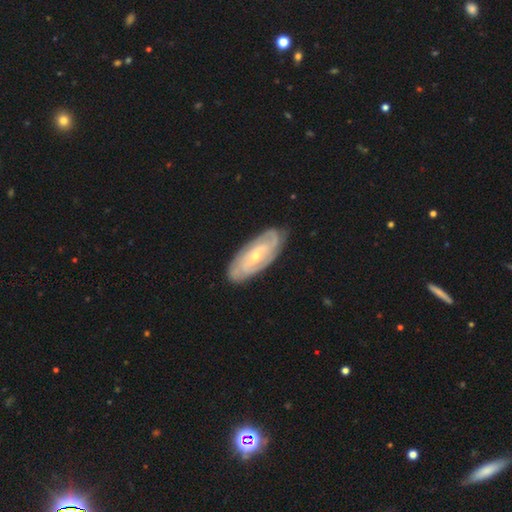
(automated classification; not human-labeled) This appears to be a featured or disk galaxy (81%) with no bar (54%), tight (71%) spiral arms (93%) and a small central bulge (70%). Merging: none (82%).